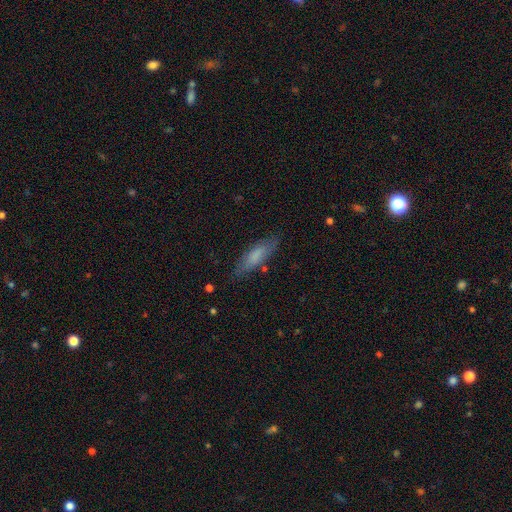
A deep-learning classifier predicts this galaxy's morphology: The model was most divided on "how rounded": cigar-shaped: 59%, in between: 40%, round: 2%. More confident: merging — none (79%); smooth or featured — smooth (74%).